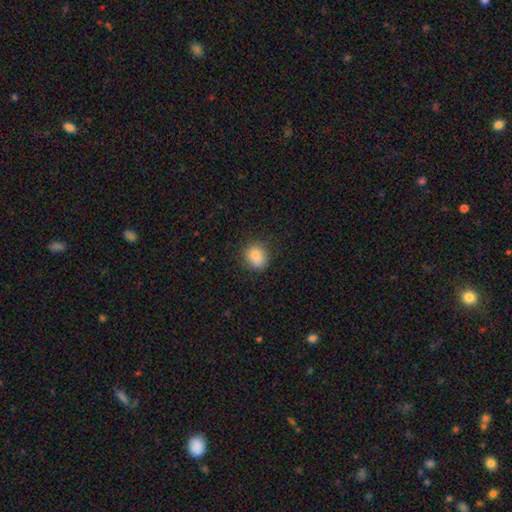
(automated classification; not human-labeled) Q: Smooth or featured?
A: smooth (83%); runner-up: star or artifact (10%)
Q: How rounded?
A: round (70%); runner-up: in between (29%)
Q: Merging?
A: none (77%); runner-up: minor disturbance (17%)